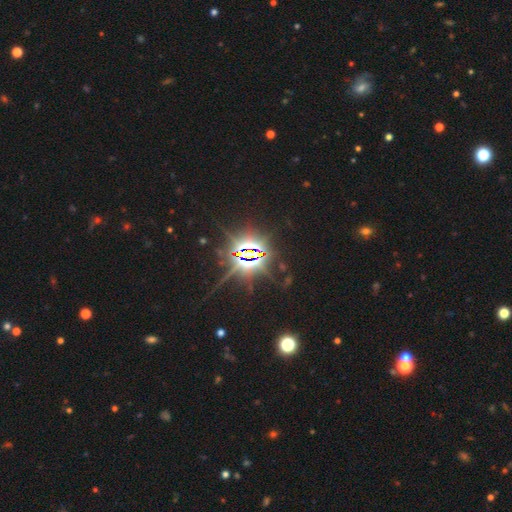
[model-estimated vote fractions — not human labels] Overall: star or artifact (86%).